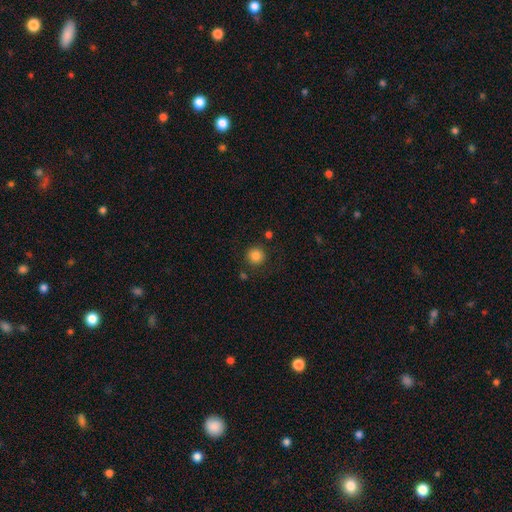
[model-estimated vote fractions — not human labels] The model was most divided on "smooth or featured": smooth: 84%, star or artifact: 11%, featured or disk: 4%. More confident: how rounded — round (95%); merging — none (87%).